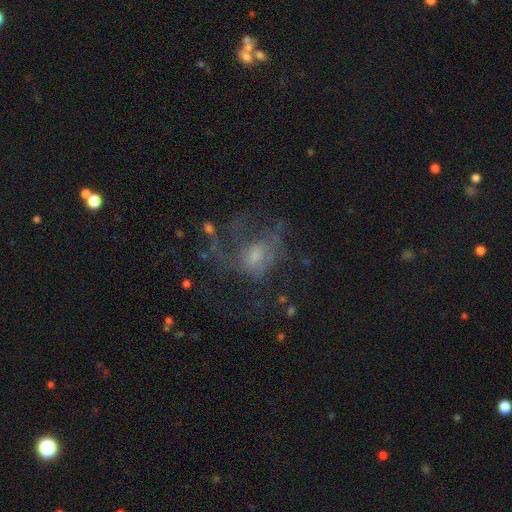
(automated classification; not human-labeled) A featured or disk galaxy (59%) with no bar (65%), spiral arms (57%) and a moderate central bulge (44%).

Vote fractions:
- Smooth or featured? featured or disk: 59% / smooth: 26% / star or artifact: 15%
- Edge-on disk? no: 97% / yes: 3%
- Bar? no: 65% / weak: 30% / strong: 5%
- Spiral arms? yes: 57% / no: 43%
- Bulge size? moderate: 44% / small: 37% / none: 11% / large: 6% / dominant: 2%
- Merging? major disturbance: 46% / none: 33% / minor disturbance: 17% / merger: 4%